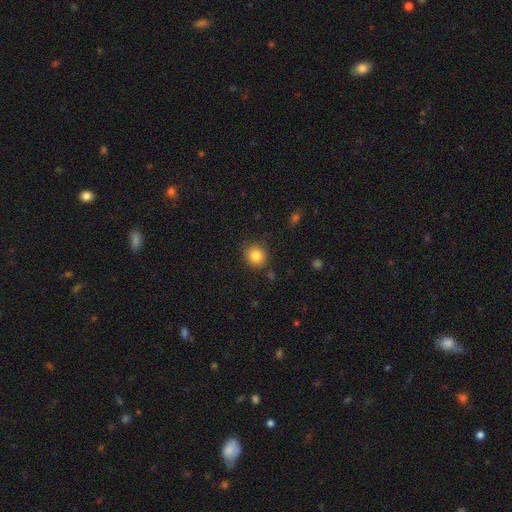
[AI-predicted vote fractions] Smooth or featured?
  - smooth: 85% *
  - star or artifact: 10%
  - featured or disk: 5%
How rounded?
  - round: 84% *
  - in between: 15%
  - cigar-shaped: 1%
Merging?
  - none: 85% *
  - minor disturbance: 10%
  - major disturbance: 3%
  - merger: 2%